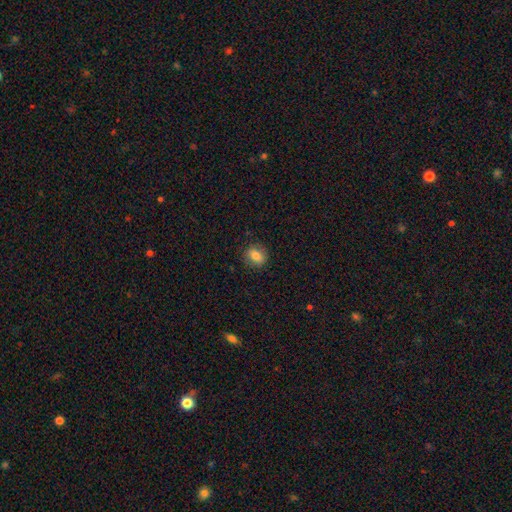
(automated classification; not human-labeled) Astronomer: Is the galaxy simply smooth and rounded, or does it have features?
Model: smooth — 81%.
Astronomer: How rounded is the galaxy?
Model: round — 51% (runner-up: in between, 48%).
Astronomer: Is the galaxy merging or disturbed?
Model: none — 86%.